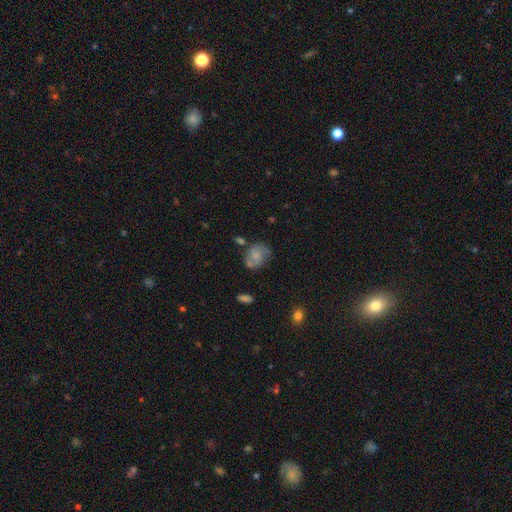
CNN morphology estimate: A smooth galaxy with no disk features (55%) that is in between round and cigar-shaped (58%).

Vote fractions:
- Smooth or featured? smooth: 55% / featured or disk: 35% / star or artifact: 9%
- How rounded? in between: 58% / round: 40% / cigar-shaped: 1%
- Merging? none: 54% / minor disturbance: 25% / major disturbance: 11% / merger: 11%